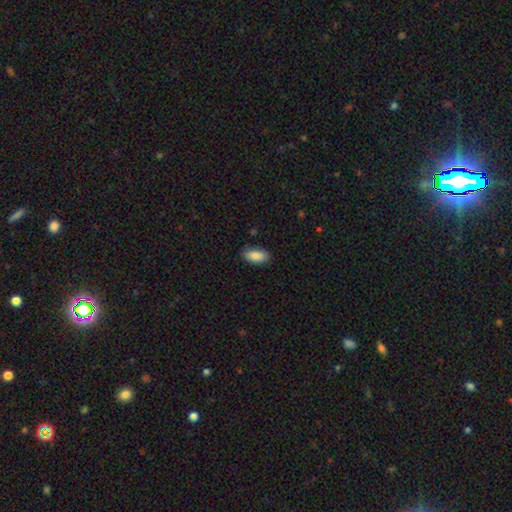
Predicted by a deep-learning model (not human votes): A smooth galaxy with no disk features (87%) that is in between round and cigar-shaped (90%).

Vote fractions:
- Smooth or featured? smooth: 87% / featured or disk: 7% / star or artifact: 6%
- How rounded? in between: 90% / cigar-shaped: 7% / round: 2%
- Merging? none: 84% / minor disturbance: 12% / major disturbance: 2% / merger: 1%